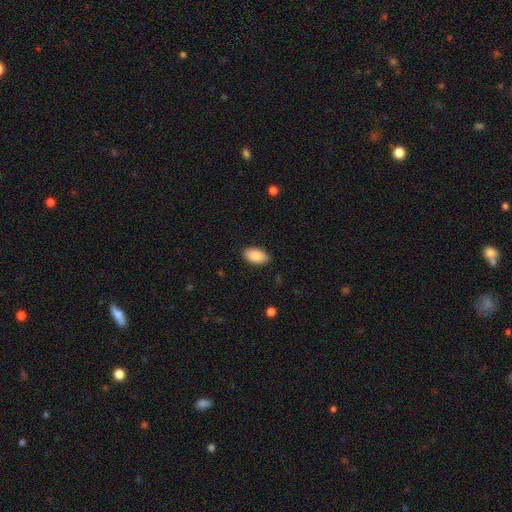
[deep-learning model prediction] This appears to be a smooth galaxy with no disk features (89%) that is in between round and cigar-shaped (95%). Merging: none (88%).